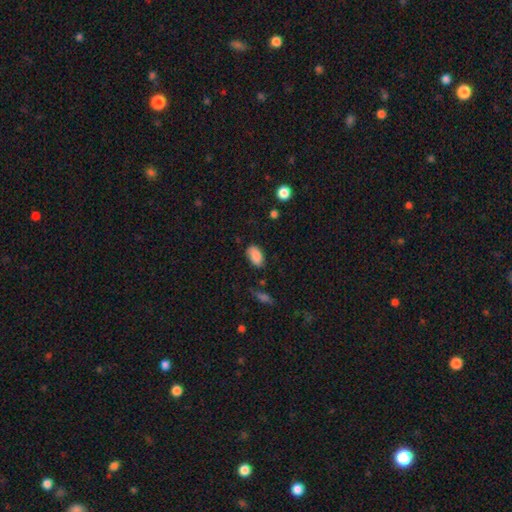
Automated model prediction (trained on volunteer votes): A smooth galaxy with no disk features (86%) that is in between round and cigar-shaped (93%).

Vote fractions:
- Smooth or featured? smooth: 86% / star or artifact: 8% / featured or disk: 6%
- How rounded? in between: 93% / round: 6% / cigar-shaped: 2%
- Merging? none: 74% / minor disturbance: 20% / major disturbance: 4% / merger: 2%